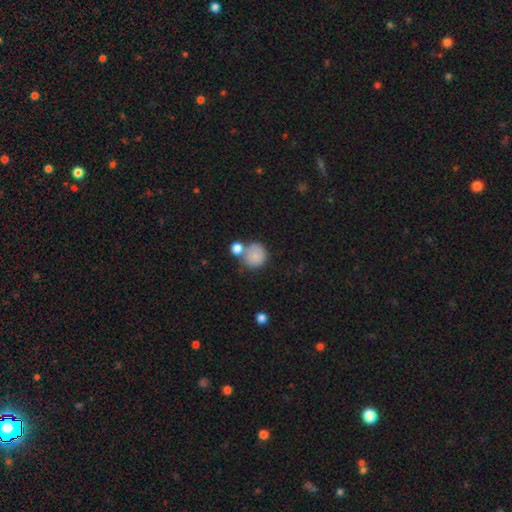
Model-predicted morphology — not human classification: type=smooth (84%); roundness=round (89%); merging=none (52%).